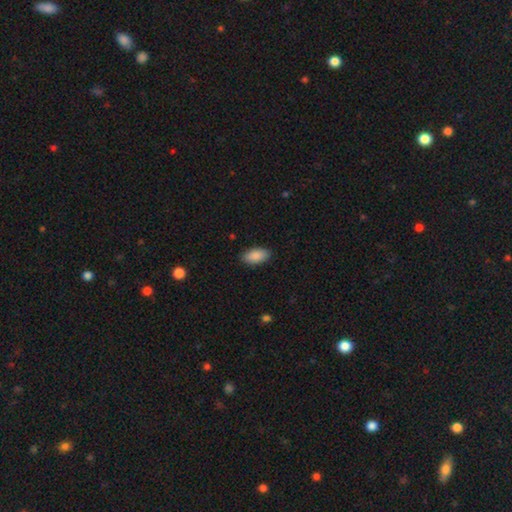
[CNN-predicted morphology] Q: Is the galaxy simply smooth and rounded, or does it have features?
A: smooth — 90%.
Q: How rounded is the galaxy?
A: in between — 94%.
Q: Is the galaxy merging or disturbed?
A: none — 88%.